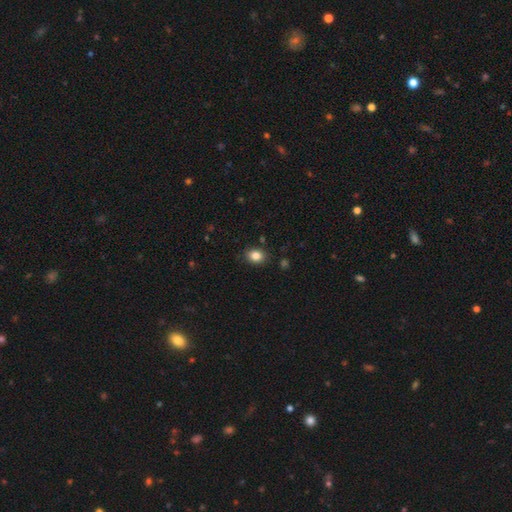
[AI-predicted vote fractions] A smooth galaxy with no disk features (85%) that is in between round and cigar-shaped (57%). Merging: none (86%).